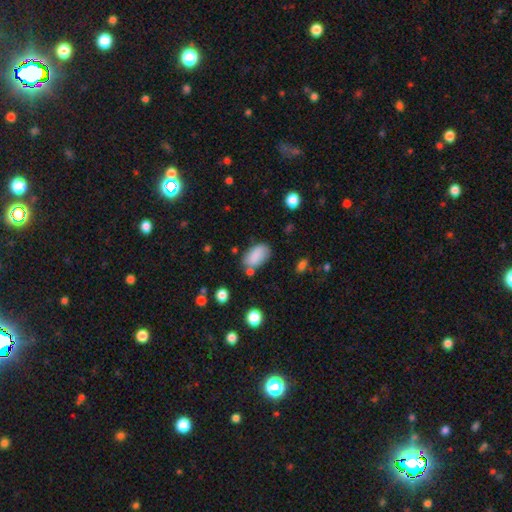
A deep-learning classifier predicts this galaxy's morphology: smooth-or-featured: smooth: 84% | star or artifact: 8% | featured or disk: 8%
  how-rounded: in between: 92% | round: 5% | cigar-shaped: 2%
  merging: none: 66% | minor disturbance: 20% | merger: 9% | major disturbance: 6%